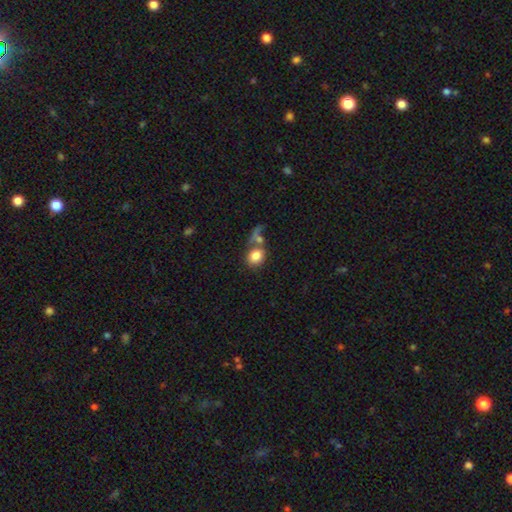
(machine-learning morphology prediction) type=smooth (80%); roundness=round (55%); merging=merger (42%).